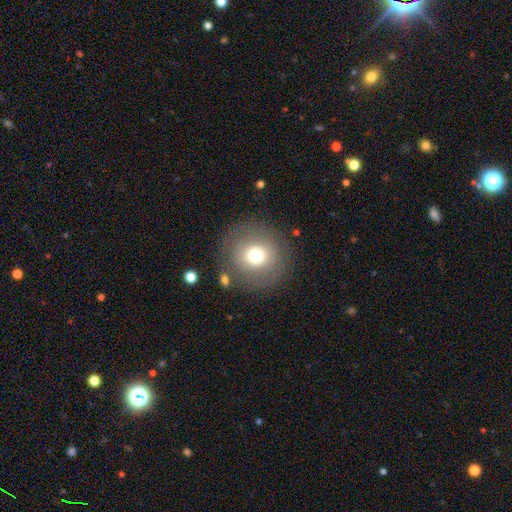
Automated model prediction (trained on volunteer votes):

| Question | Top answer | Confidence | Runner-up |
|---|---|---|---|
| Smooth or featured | smooth | 70% | featured or disk (17%) |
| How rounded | round | 94% | in between (5%) |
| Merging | none | 84% | minor disturbance (9%) |